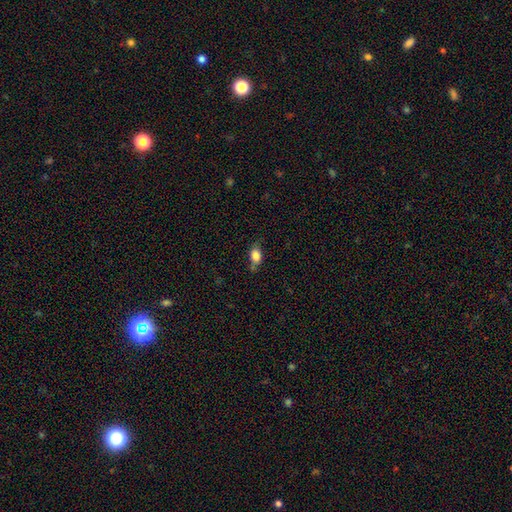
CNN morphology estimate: This is clearly a smooth galaxy (82%). How rounded: clearly in between (80%). Merging: likely none (61%).